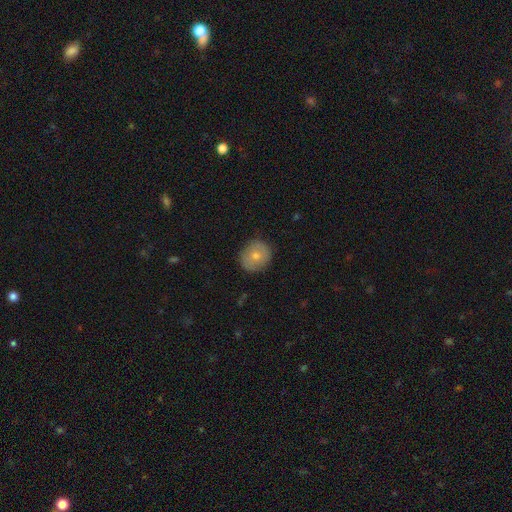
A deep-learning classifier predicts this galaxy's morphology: A smooth galaxy with no disk features (66%) that is round (86%).

Vote fractions:
- Smooth or featured? smooth: 66% / featured or disk: 25% / star or artifact: 9%
- How rounded? round: 86% / in between: 13% / cigar-shaped: 1%
- Merging? none: 87% / minor disturbance: 9% / major disturbance: 2% / merger: 1%